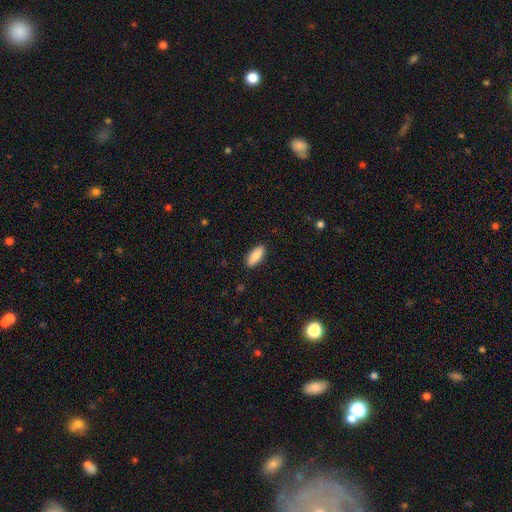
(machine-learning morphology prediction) This is clearly a smooth galaxy (88%). How rounded: likely in between (74%). Merging: clearly none (90%).